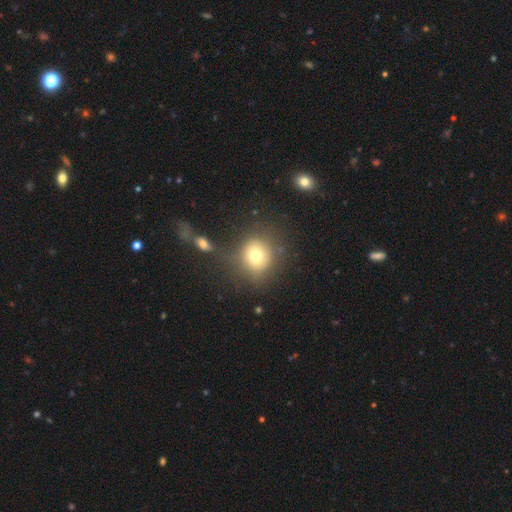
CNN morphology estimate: A smooth galaxy with no disk features (74%) that is round (83%). Merging: none (69%).